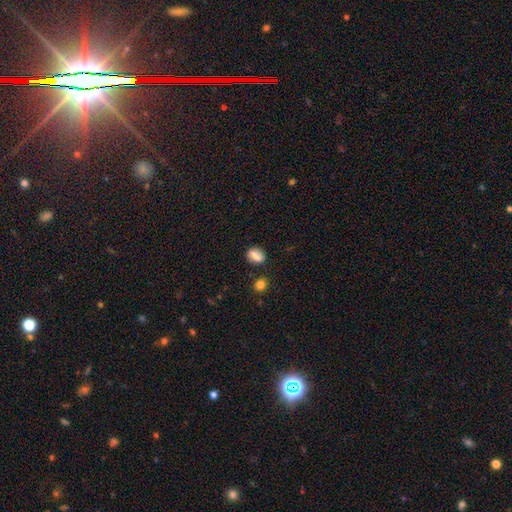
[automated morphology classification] A smooth galaxy with no disk features (75%) that is in between round and cigar-shaped (62%). Merging: none (78%).